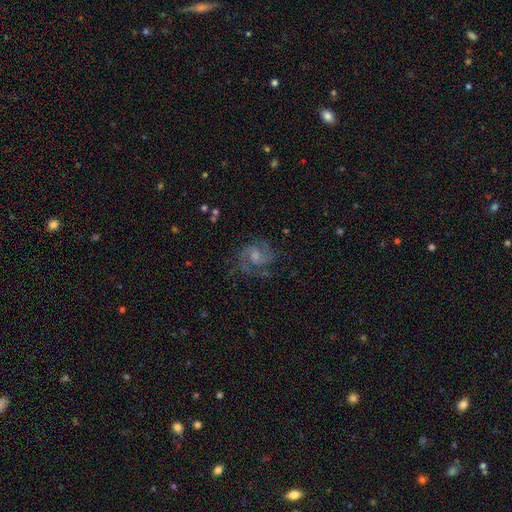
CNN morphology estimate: type=featured or disk (83%); edge-on=no (98%); bar=no (49%); spiral arms=yes (97%); winding=medium (52%); arm count=2 (59%); bulge=moderate (44%); merging=none (75%).